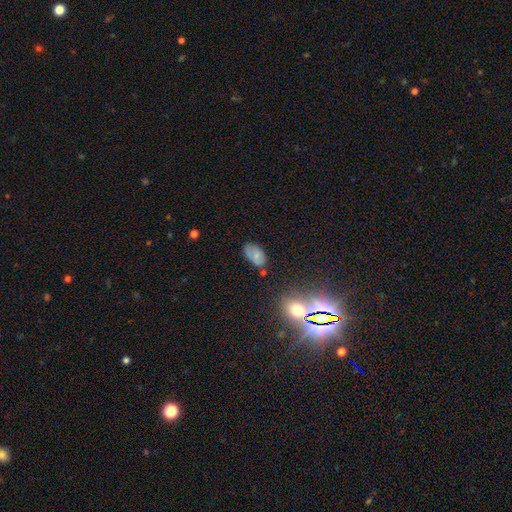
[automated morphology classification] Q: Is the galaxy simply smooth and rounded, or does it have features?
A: smooth — 71%.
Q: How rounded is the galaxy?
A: in between — 93%.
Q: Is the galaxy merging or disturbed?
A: none — 64%.